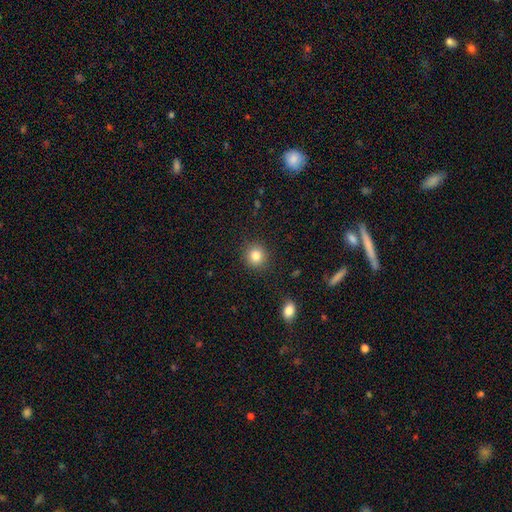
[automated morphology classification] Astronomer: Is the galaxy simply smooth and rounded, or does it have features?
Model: smooth — 83%.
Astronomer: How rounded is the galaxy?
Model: round — 90%.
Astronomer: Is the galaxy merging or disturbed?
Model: none — 90%.